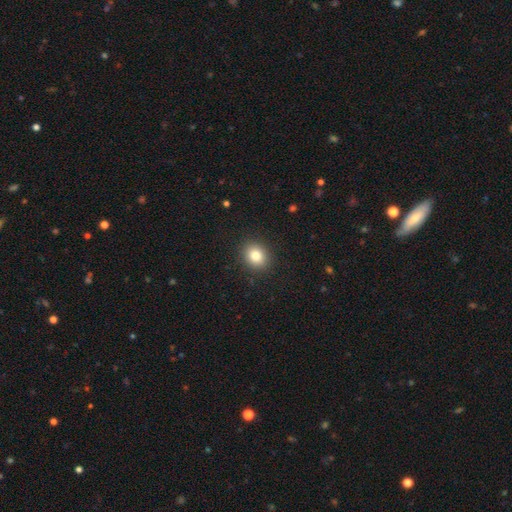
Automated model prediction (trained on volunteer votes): Q: Smooth or featured?
A: smooth (83%); runner-up: star or artifact (10%)
Q: How rounded?
A: round (68%); runner-up: in between (31%)
Q: Merging?
A: none (90%); runner-up: minor disturbance (7%)